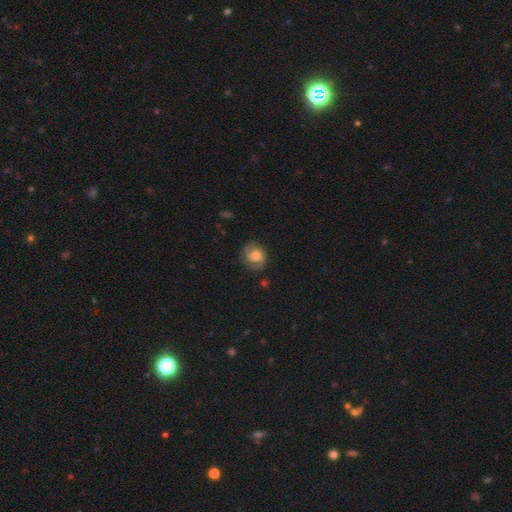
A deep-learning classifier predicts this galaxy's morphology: This is likely a featured or disk galaxy (66%). It is clearly not viewed edge-on (98%). Bar: likely no (62%). Spiral arm pattern: clearly yes (91%). Spiral arm count: likely 2 (79%). Spiral winding: marginally medium (45%). Central bulge: possibly moderate (47%). Merging: likely none (75%).